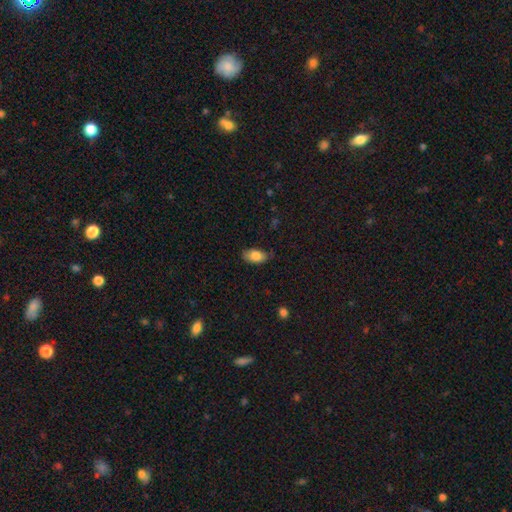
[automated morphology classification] Smooth or featured? smooth (81%)
How rounded? in between (92%)
Merging? none (75%)